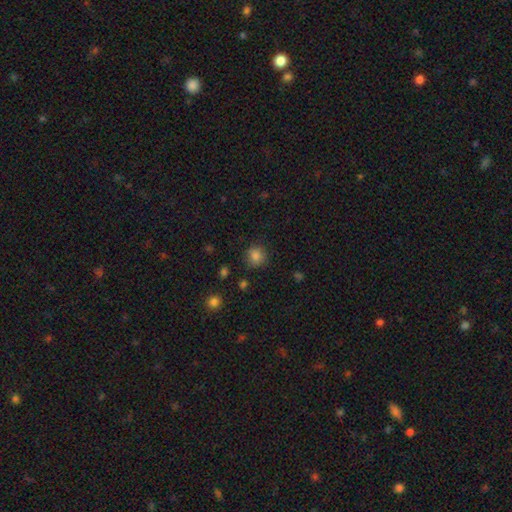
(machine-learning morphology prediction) Overall: smooth (83%). How rounded: round (89%). Merging: none (86%).